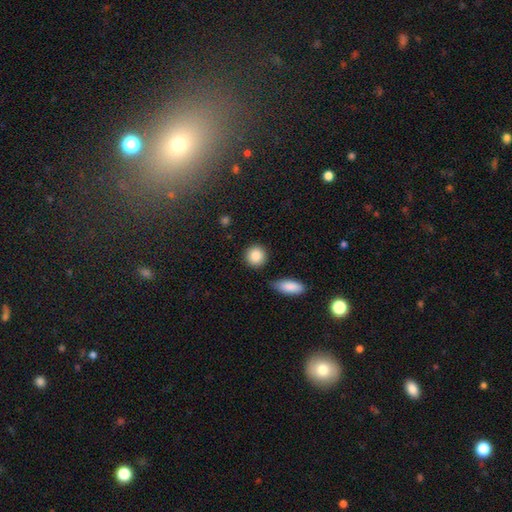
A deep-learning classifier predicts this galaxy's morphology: smooth-or-featured: smooth: 87% | star or artifact: 8% | featured or disk: 5%
  how-rounded: round: 87% | in between: 11% | cigar-shaped: 1%
  merging: none: 84% | minor disturbance: 9% | merger: 4% | major disturbance: 3%